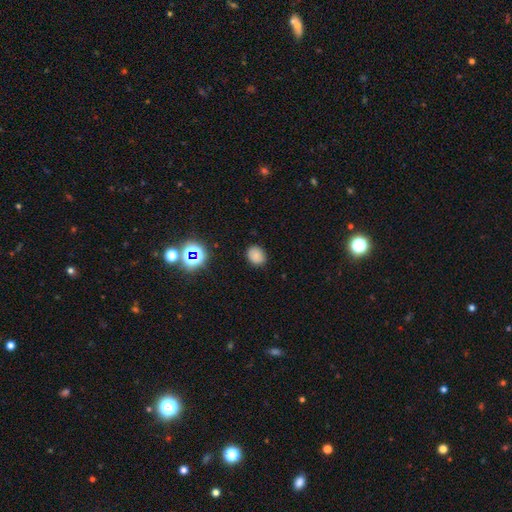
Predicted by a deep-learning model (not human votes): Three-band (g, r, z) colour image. It shows a smooth galaxy with no disk features (79%) that is in between round and cigar-shaped (52%). Merging: none (85%).